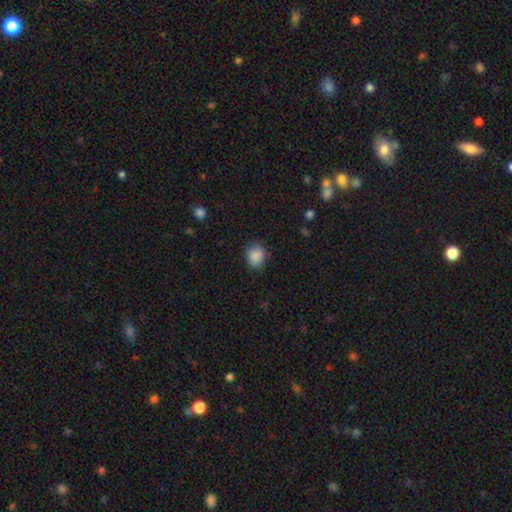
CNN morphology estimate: Overall: smooth (87%). How rounded: round (64%; in between 35%). Merging: none (80%).